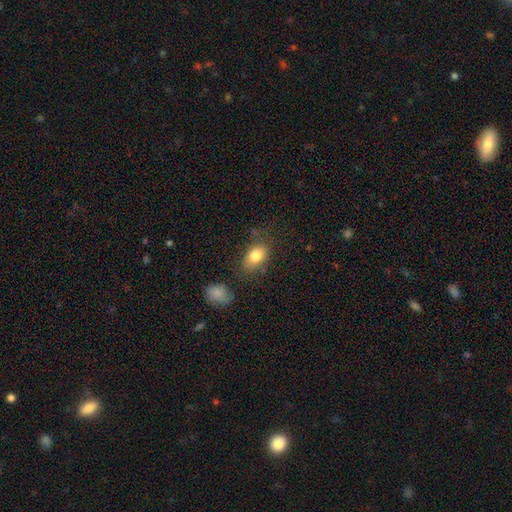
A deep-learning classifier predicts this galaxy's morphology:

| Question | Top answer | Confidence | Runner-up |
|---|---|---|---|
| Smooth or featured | smooth | 81% | featured or disk (11%) |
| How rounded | in between | 85% | round (14%) |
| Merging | none | 70% | minor disturbance (18%) |